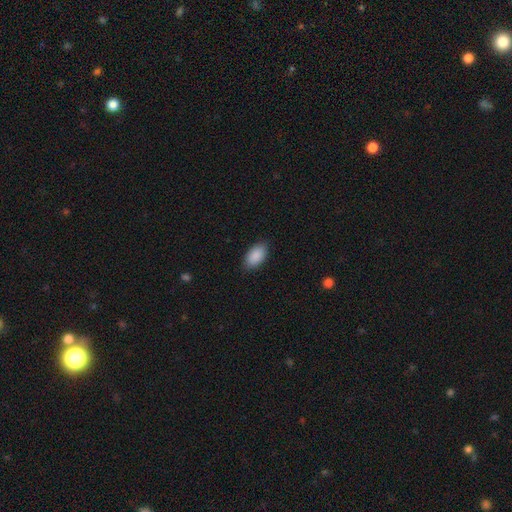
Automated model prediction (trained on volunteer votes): Q: Smooth or featured?
A: smooth (90%); runner-up: star or artifact (6%)
Q: How rounded?
A: in between (95%); runner-up: round (3%)
Q: Merging?
A: none (86%); runner-up: minor disturbance (10%)